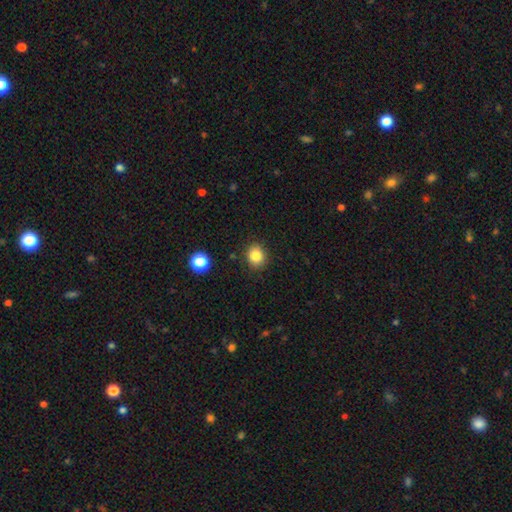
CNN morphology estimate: Smooth or featured? Predicted: smooth (p=0.84). How rounded? Predicted: round (p=0.73). Merging? Predicted: none (p=0.87).